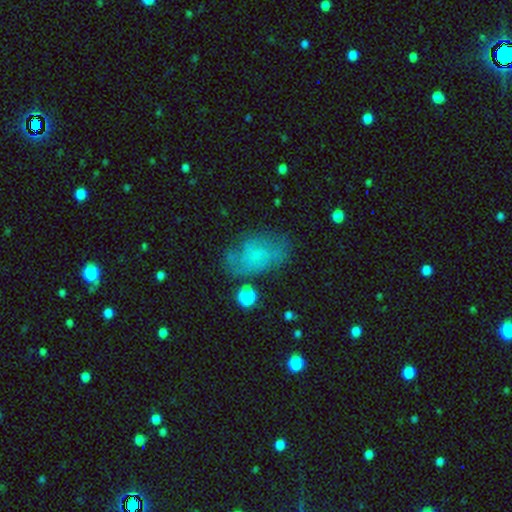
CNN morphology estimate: type=smooth (55%); roundness=in between (88%); merging=none (57%).